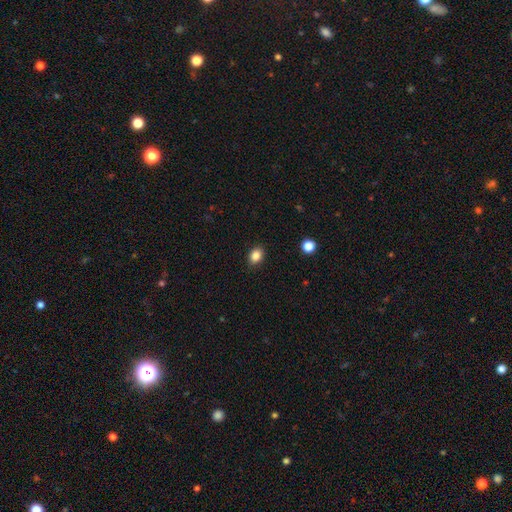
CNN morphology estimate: smooth-or-featured: smooth: 86% | star or artifact: 10% | featured or disk: 4%
  how-rounded: in between: 69% | round: 30% | cigar-shaped: 1%
  merging: none: 89% | minor disturbance: 8% | major disturbance: 2% | merger: 1%